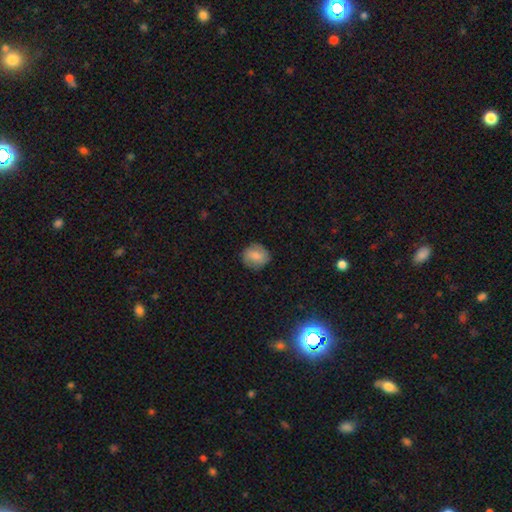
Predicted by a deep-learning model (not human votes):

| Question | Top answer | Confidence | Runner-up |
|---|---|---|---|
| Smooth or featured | smooth | 78% | featured or disk (14%) |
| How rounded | round | 85% | in between (14%) |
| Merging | none | 85% | minor disturbance (11%) |